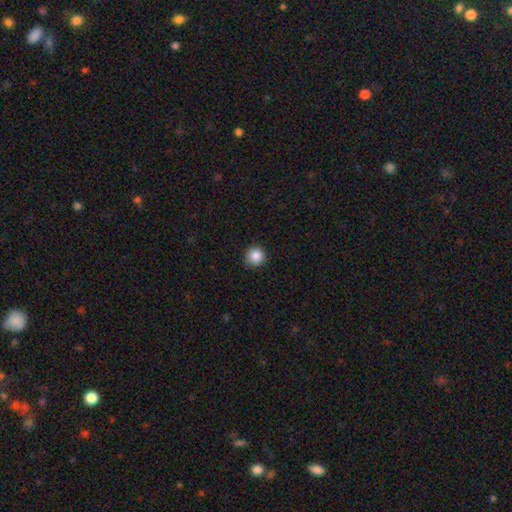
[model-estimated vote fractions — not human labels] Smooth or featured?
  - smooth: 86% *
  - star or artifact: 10%
  - featured or disk: 4%
How rounded?
  - round: 95% *
  - in between: 4%
  - cigar-shaped: 1%
Merging?
  - none: 88% *
  - minor disturbance: 9%
  - major disturbance: 2%
  - merger: 1%